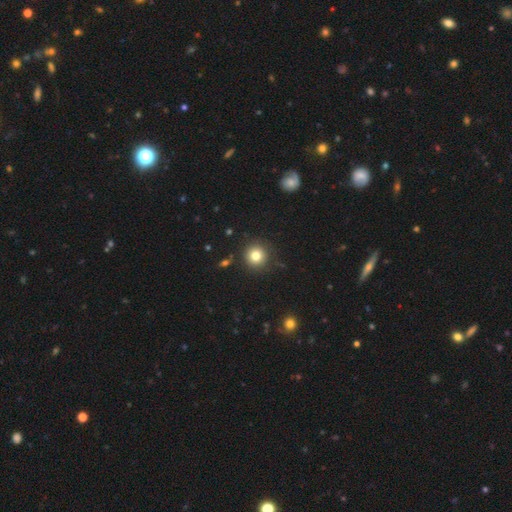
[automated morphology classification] This appears to be a smooth galaxy with no disk features (80%) that is round (94%). Merging: none (89%).